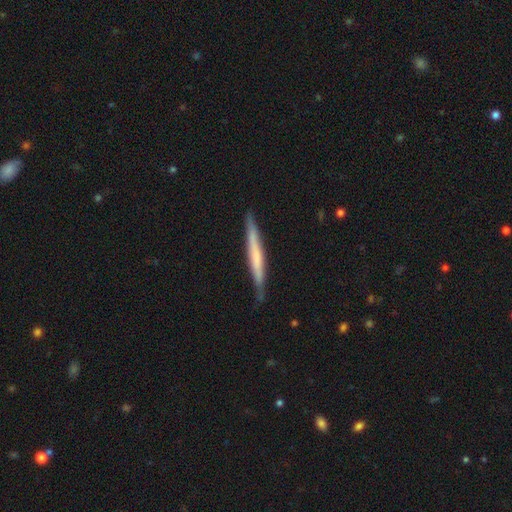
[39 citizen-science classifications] Smooth or featured: featured or disk — 49% (smooth — 41%)
Edge-on disk: yes — 100%
Edge-on bulge: none — 95% (boxy — 5%)
Merging: none — 80% (minor disturbance — 14%)